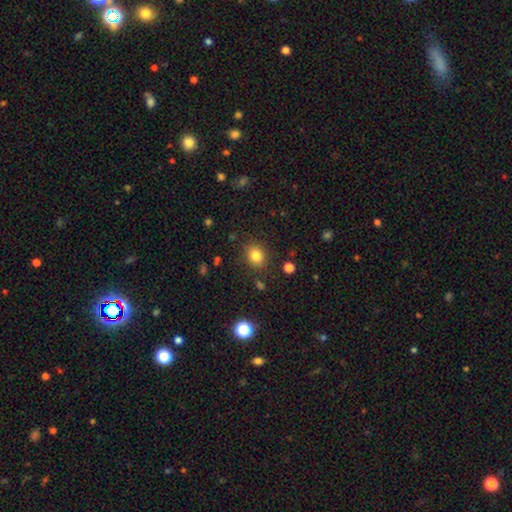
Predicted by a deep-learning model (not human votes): This is clearly a smooth galaxy (82%). How rounded: likely round (68%). Merging: clearly none (86%).